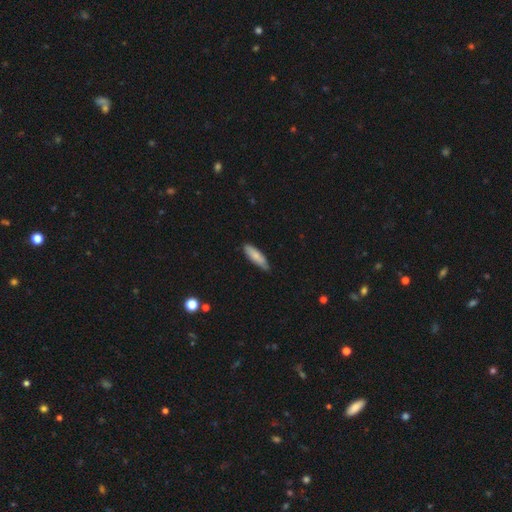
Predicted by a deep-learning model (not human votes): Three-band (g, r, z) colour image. It shows a smooth galaxy with no disk features (77%) that is cigar-shaped (53%). Merging: none (73%).